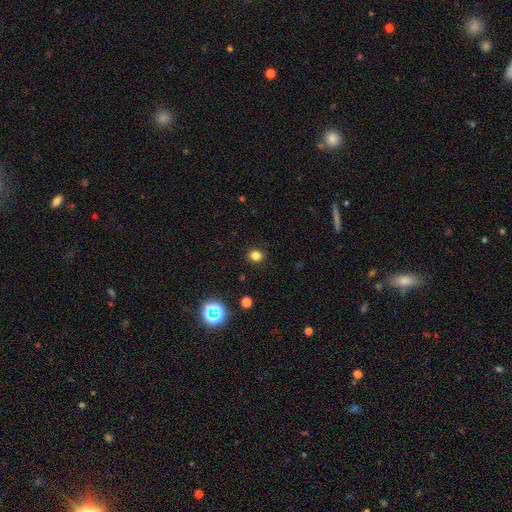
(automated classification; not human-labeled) Overall: smooth (80%). How rounded: round (73%). Merging: none (89%).